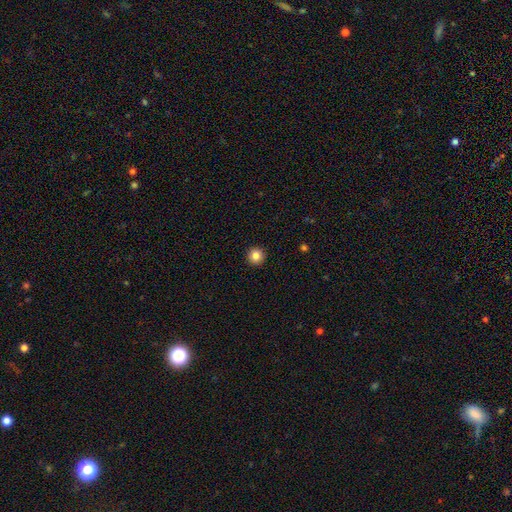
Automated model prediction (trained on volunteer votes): The model was most divided on "smooth or featured": smooth: 84%, star or artifact: 10%, featured or disk: 5%. More confident: how rounded — round (96%); merging — none (94%).